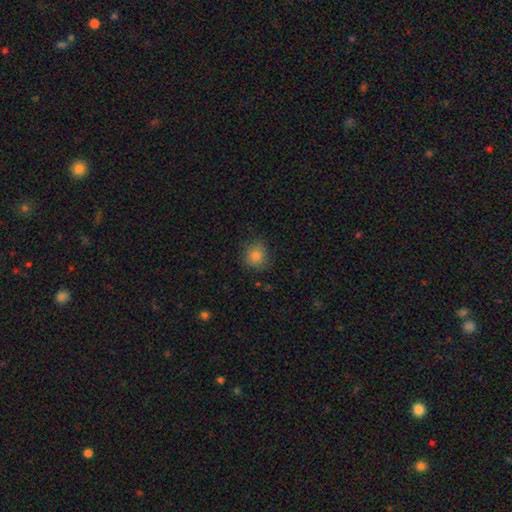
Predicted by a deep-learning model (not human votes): smooth-or-featured: smooth: 82% | star or artifact: 12% | featured or disk: 7%
  how-rounded: round: 85% | in between: 14% | cigar-shaped: 1%
  merging: none: 81% | minor disturbance: 14% | major disturbance: 4% | merger: 1%